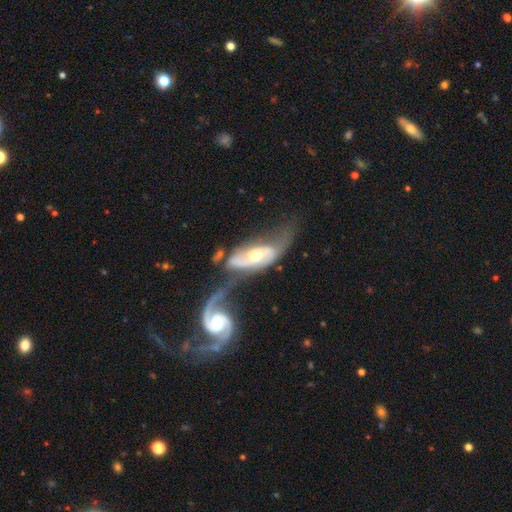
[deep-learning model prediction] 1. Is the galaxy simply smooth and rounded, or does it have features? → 79% featured or disk, 16% smooth, 5% star or artifact.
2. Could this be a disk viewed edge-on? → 91% no, 9% yes.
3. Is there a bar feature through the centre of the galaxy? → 47% no, 35% weak, 18% strong.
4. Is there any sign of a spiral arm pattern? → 88% yes, 12% no.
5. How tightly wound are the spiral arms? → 41% medium, 36% loose, 23% tight.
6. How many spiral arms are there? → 80% 2, 11% can't tell, 5% 1, 2% 3, 1% 4, 1% more than 4.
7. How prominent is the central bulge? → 64% moderate, 25% small, 8% large, 1% none, 1% dominant.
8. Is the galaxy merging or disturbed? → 58% merger, 18% none, 13% major disturbance, 11% minor disturbance.